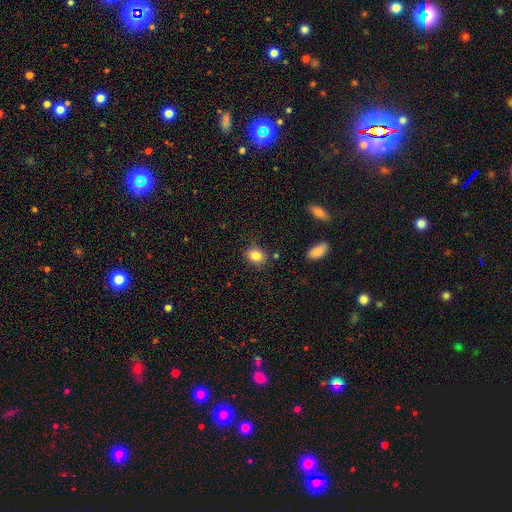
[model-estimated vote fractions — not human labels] The model was most divided on "how rounded": in between: 57%, round: 42%, cigar-shaped: 1%. More confident: smooth or featured — smooth (83%); merging — none (82%).